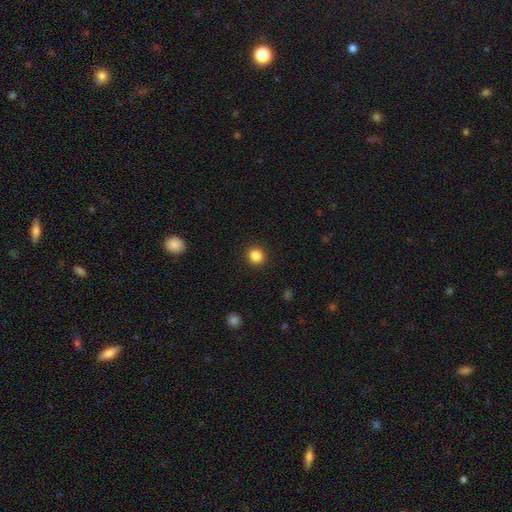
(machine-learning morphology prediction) The model was most divided on "smooth or featured": smooth: 86%, star or artifact: 11%, featured or disk: 4%. More confident: merging — none (92%); how rounded — round (87%).